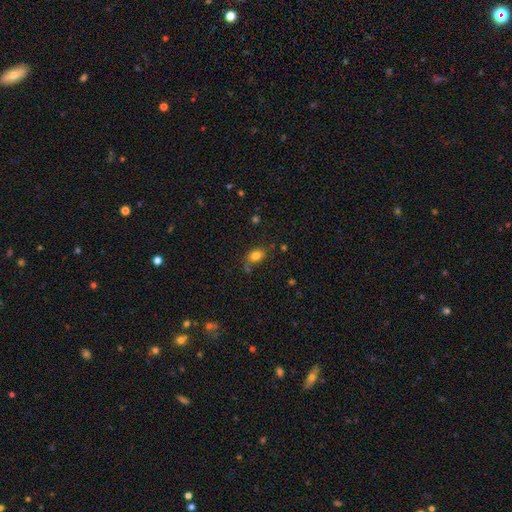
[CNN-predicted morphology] Overall: smooth (80%). How rounded: in between (72%). Merging: none (67%).